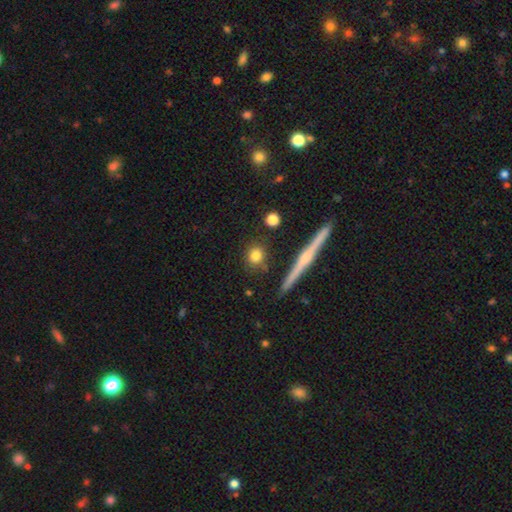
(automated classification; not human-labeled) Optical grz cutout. It shows a smooth galaxy with no disk features (79%) that is round (79%). Merging: none (82%).